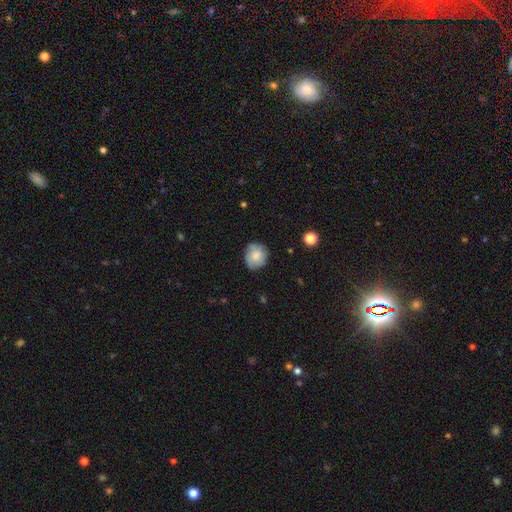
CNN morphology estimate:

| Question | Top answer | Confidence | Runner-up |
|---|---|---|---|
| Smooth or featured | smooth | 74% | featured or disk (18%) |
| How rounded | round | 81% | in between (18%) |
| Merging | none | 73% | minor disturbance (21%) |